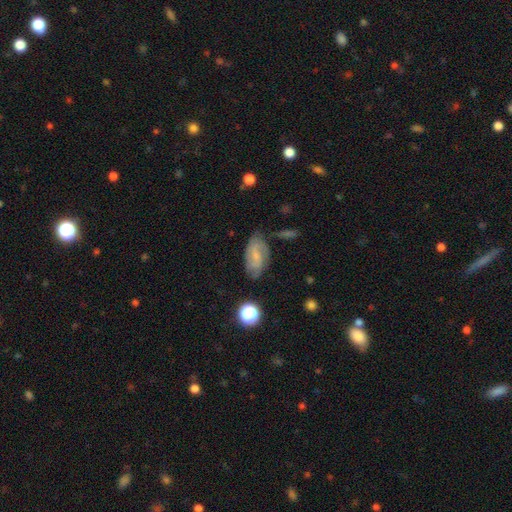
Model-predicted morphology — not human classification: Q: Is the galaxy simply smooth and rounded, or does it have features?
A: featured or disk — 60%.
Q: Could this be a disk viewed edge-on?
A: no — 95%.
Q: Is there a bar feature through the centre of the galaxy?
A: weak — 49%.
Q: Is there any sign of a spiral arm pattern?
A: yes — 89%.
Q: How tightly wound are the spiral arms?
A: medium — 43%.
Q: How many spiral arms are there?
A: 2 — 62%.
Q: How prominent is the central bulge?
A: small — 55%.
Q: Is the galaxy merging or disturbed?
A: none — 68%.